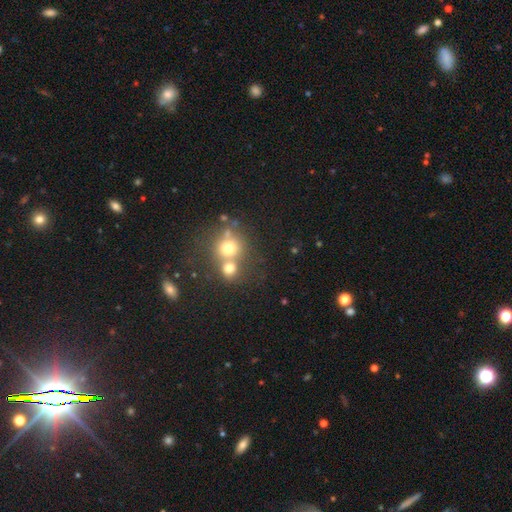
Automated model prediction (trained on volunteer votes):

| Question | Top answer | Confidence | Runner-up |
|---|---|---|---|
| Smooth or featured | smooth | 45% | star or artifact (40%) |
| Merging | none | 44% | merger (43%) |